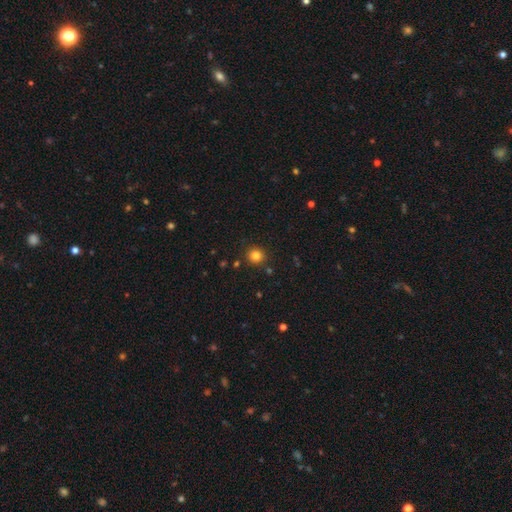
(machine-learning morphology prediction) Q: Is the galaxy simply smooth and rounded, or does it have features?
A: smooth — 82%.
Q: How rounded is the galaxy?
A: round — 90%.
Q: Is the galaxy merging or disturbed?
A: none — 88%.